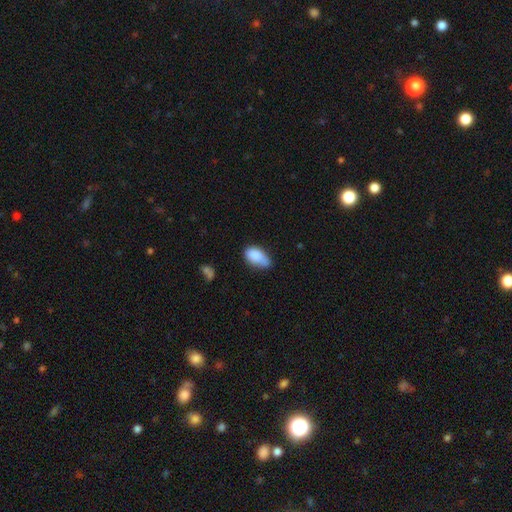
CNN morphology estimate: smooth-or-featured: smooth: 84% | featured or disk: 9% | star or artifact: 8%
  how-rounded: in between: 92% | round: 5% | cigar-shaped: 3%
  merging: none: 44% | minor disturbance: 39% | major disturbance: 9% | merger: 7%